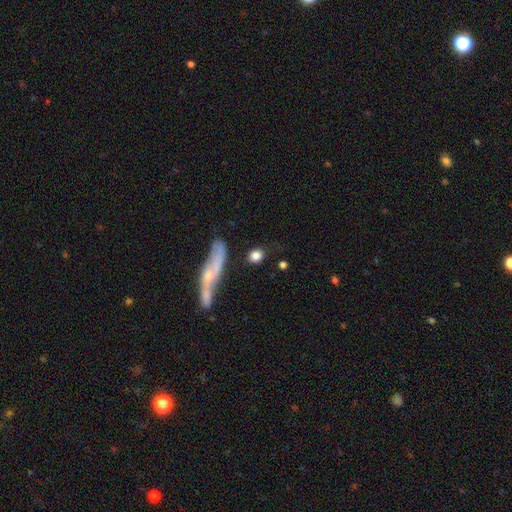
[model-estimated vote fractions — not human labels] The model was most divided on "how rounded": round: 57%, in between: 33%, cigar-shaped: 10%. More confident: smooth or featured — smooth (81%); merging — none (71%).